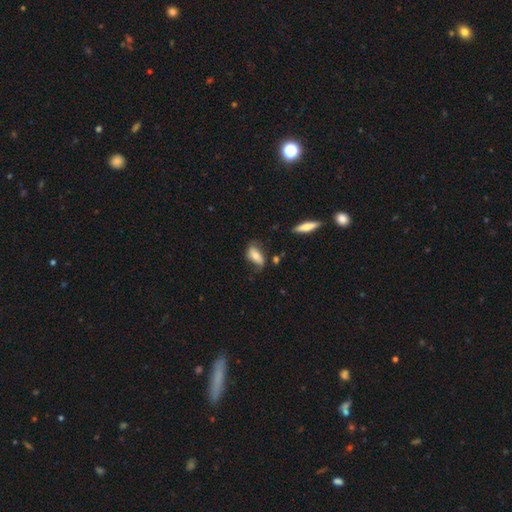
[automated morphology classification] Q: Smooth or featured?
A: smooth (57%); runner-up: featured or disk (35%)
Q: How rounded?
A: in between (84%); runner-up: cigar-shaped (11%)
Q: Merging?
A: none (56%); runner-up: minor disturbance (30%)